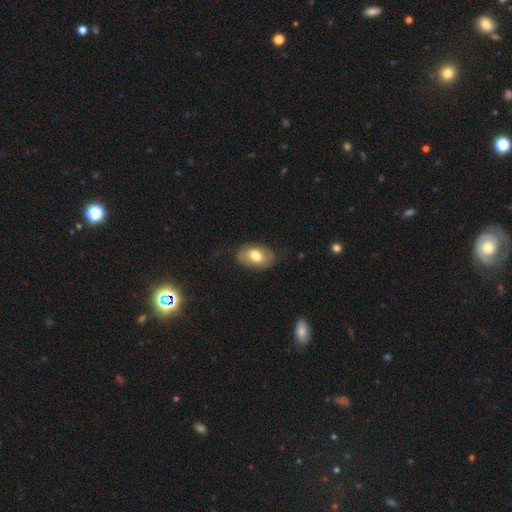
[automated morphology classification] A smooth galaxy with no disk features (72%) that is in between round and cigar-shaped (89%). Merging: none (76%).